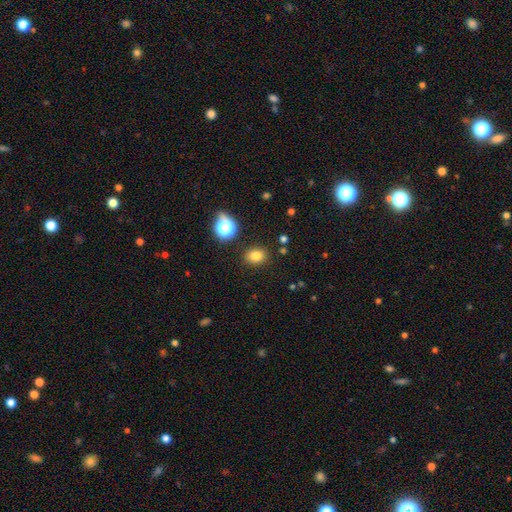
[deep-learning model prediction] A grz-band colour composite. It shows a smooth galaxy with no disk features (79%) that is in between round and cigar-shaped (52%). Merging: none (85%).